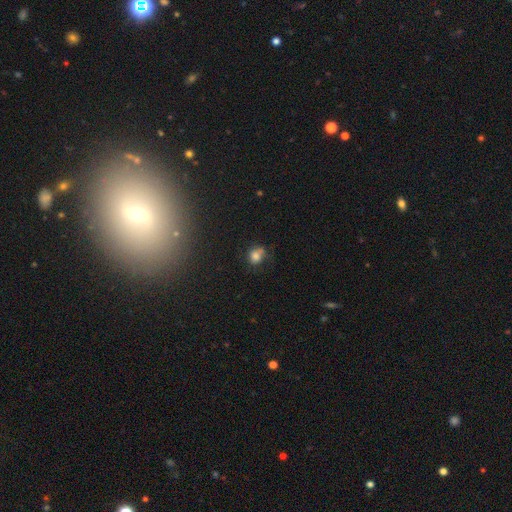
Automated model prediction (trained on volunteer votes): A smooth galaxy with no disk features (73%) that is round (60%).

Vote fractions:
- Smooth or featured? smooth: 73% / featured or disk: 14% / star or artifact: 13%
- How rounded? round: 60% / in between: 39% / cigar-shaped: 1%
- Merging? none: 47% / minor disturbance: 27% / major disturbance: 15% / merger: 12%